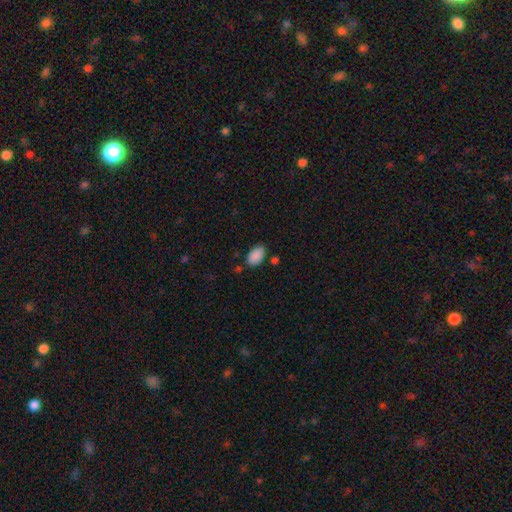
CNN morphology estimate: type=smooth (89%); roundness=in between (93%); merging=none (75%).